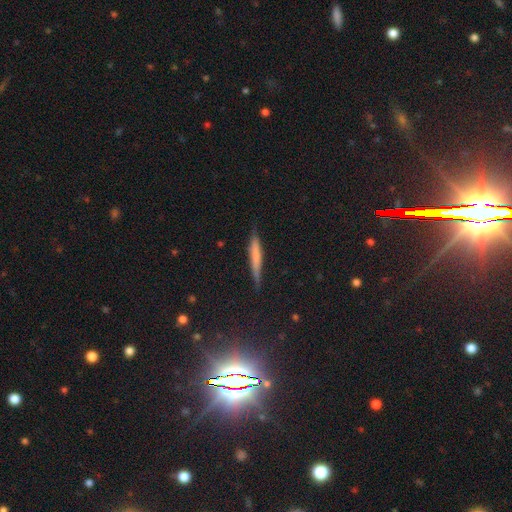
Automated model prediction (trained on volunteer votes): Smooth or featured: smooth — 61% (featured or disk — 31%)
How rounded: cigar-shaped — 94% (in between — 5%)
Merging: none — 80% (minor disturbance — 16%)